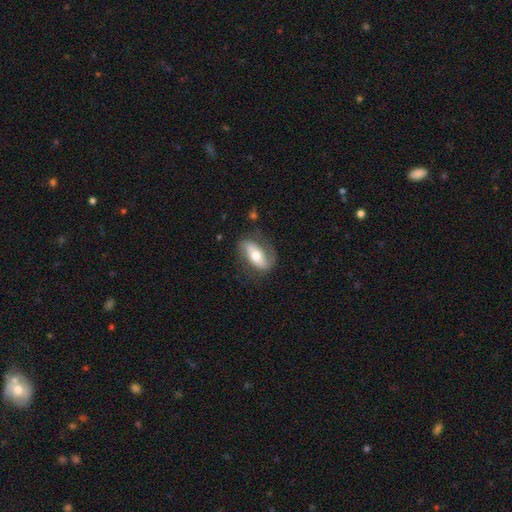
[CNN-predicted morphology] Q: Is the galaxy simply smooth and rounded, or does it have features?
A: featured or disk — 60%.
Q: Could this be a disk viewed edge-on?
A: no — 88%.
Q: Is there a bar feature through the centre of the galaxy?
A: strong — 41%.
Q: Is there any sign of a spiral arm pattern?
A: yes — 74%.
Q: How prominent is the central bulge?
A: moderate — 68%.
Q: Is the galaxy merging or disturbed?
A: none — 68%.